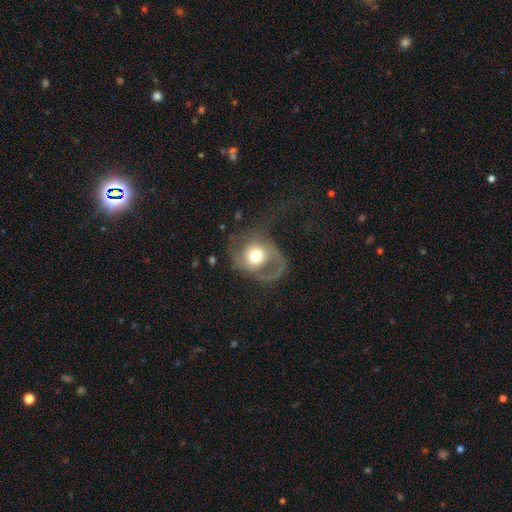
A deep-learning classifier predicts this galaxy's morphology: Smooth or featured: featured or disk — 55% (smooth — 36%)
Edge-on disk: no — 96% (yes — 4%)
Bar: no — 78% (weak — 17%)
Spiral arms: yes — 70% (no — 30%)
Bulge size: moderate — 61% (large — 27%)
Merging: major disturbance — 48% (none — 32%)